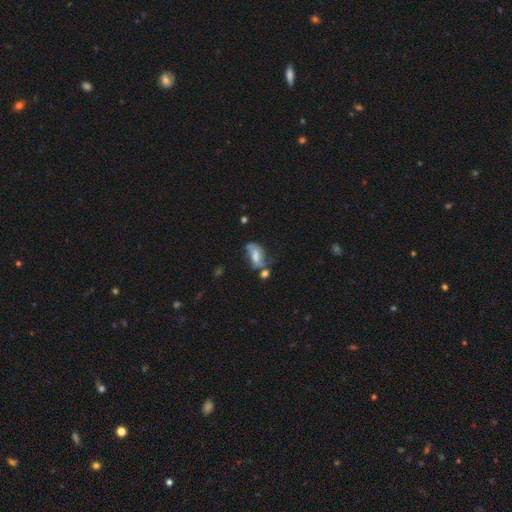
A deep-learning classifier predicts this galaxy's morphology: smooth-or-featured: featured or disk: 49% | smooth: 41% | star or artifact: 10%
  merging: none: 36% | minor disturbance: 23% | merger: 23% | major disturbance: 17%